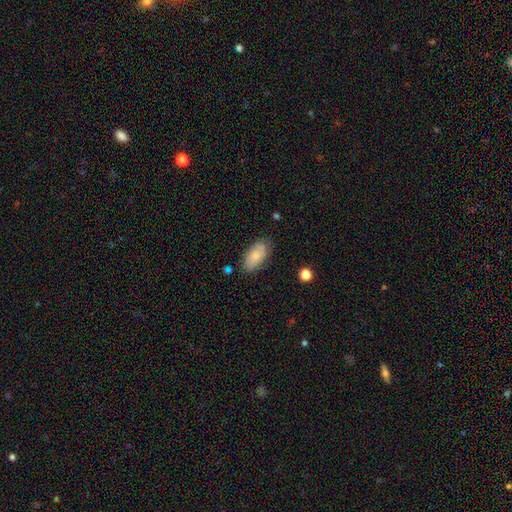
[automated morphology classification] smooth 76%, featured or disk 17%, star or artifact 7%. Down the decision tree: how rounded — in between (92%); merging — none (78%).